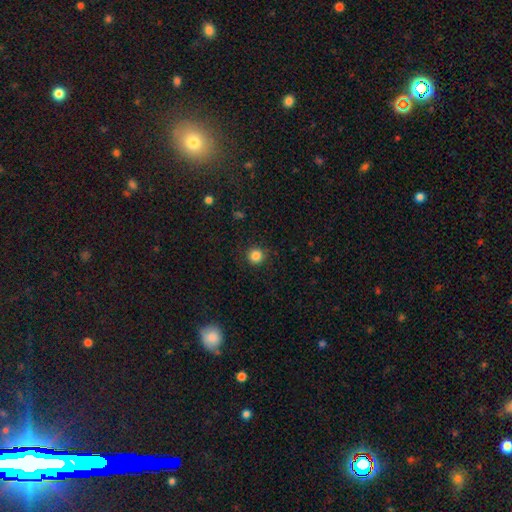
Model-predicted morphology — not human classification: smooth 85%, star or artifact 11%, featured or disk 4%. Down the decision tree: how rounded — round (94%); merging — none (90%).